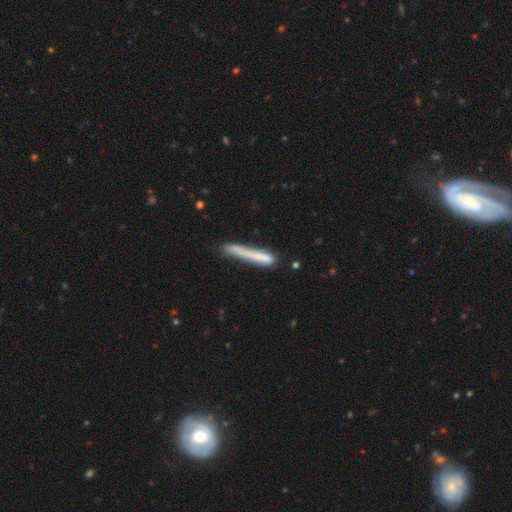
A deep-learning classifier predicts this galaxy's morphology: Smooth or featured?
  - smooth: 70% *
  - featured or disk: 23%
  - star or artifact: 7%
How rounded?
  - cigar-shaped: 96% *
  - in between: 2%
  - round: 1%
Merging?
  - none: 73% *
  - minor disturbance: 19%
  - major disturbance: 5%
  - merger: 4%